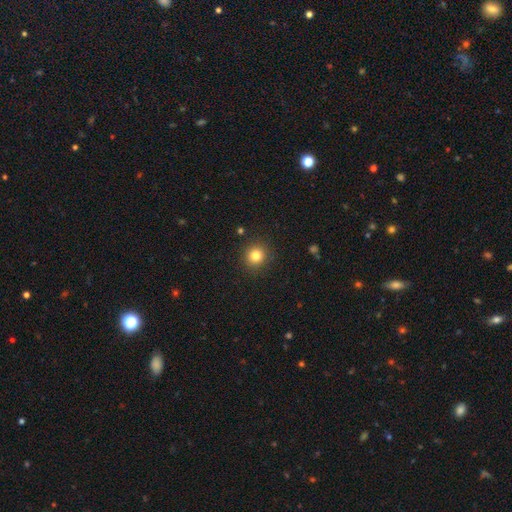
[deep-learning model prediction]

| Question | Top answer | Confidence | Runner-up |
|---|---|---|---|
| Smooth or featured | smooth | 81% | star or artifact (13%) |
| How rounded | round | 91% | in between (8%) |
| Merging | none | 90% | minor disturbance (6%) |